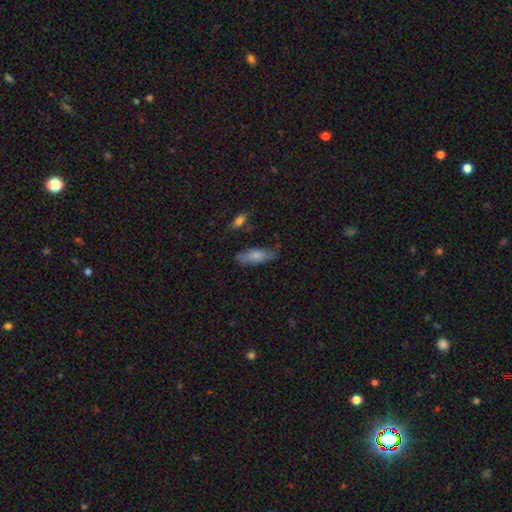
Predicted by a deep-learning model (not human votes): Smooth or featured: smooth — 77% (featured or disk — 17%)
How rounded: in between — 69% (cigar-shaped — 29%)
Merging: none — 68% (minor disturbance — 24%)